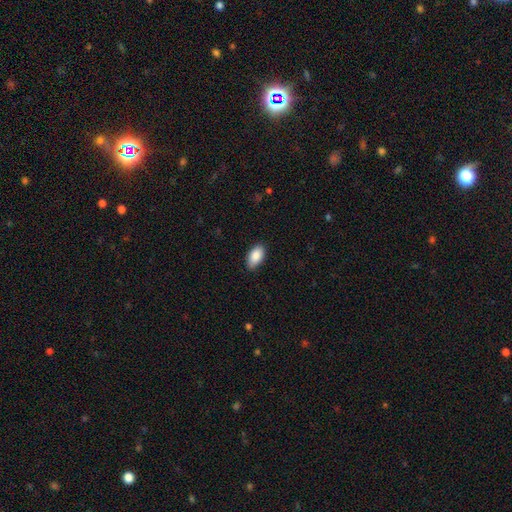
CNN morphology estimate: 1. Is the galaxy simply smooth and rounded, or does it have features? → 89% smooth, 6% star or artifact, 5% featured or disk.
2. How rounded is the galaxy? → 94% in between, 3% round, 2% cigar-shaped.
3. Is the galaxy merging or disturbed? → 84% none, 13% minor disturbance, 2% major disturbance, 1% merger.